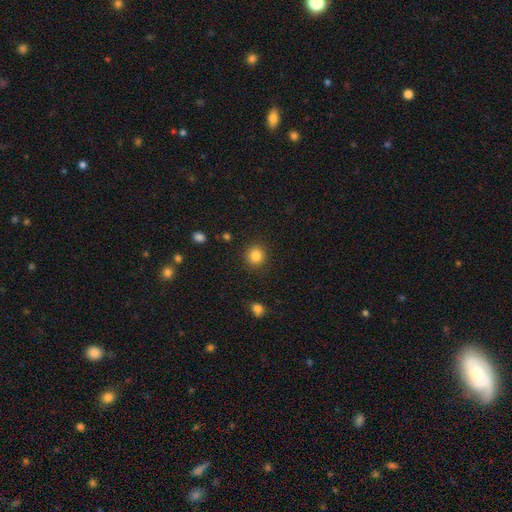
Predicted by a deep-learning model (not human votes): Smooth or featured? Predicted: smooth (p=0.85). How rounded? Predicted: round (p=0.91). Merging? Predicted: none (p=0.90).